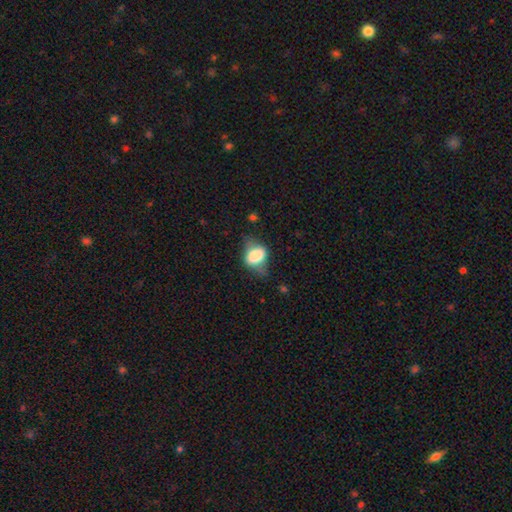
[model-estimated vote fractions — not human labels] Smooth or featured? smooth (71%)
How rounded? in between (72%)
Merging? none (42%)